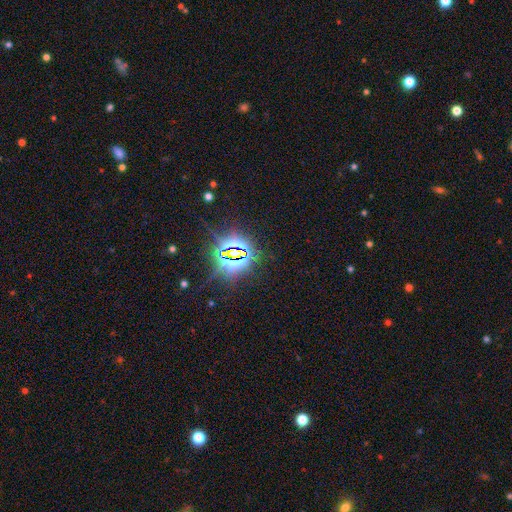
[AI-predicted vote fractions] A star or artifact, not a galaxy (84%).

Vote fractions:
- Smooth or featured? star or artifact: 84% / smooth: 9% / featured or disk: 7%